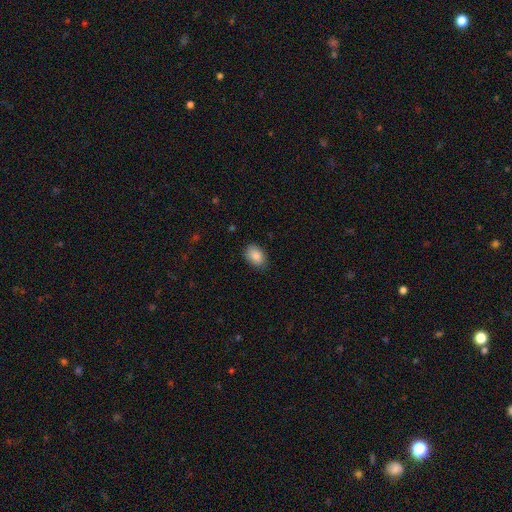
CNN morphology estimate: Overall: smooth (87%). How rounded: in between (81%). Merging: none (85%).